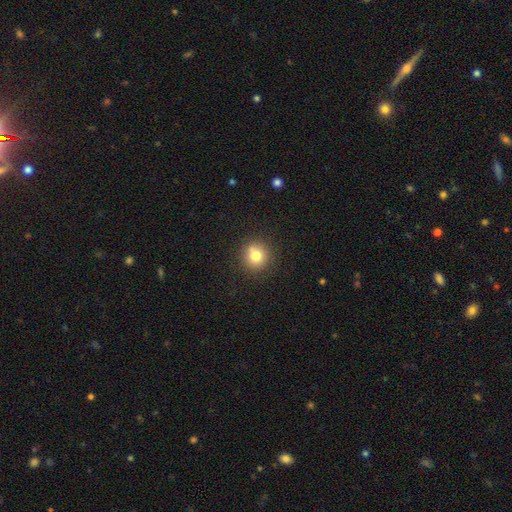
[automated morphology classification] smooth-or-featured: smooth: 76% | star or artifact: 12% | featured or disk: 11%
  how-rounded: round: 91% | in between: 8% | cigar-shaped: 1%
  merging: none: 78% | minor disturbance: 11% | merger: 8% | major disturbance: 3%